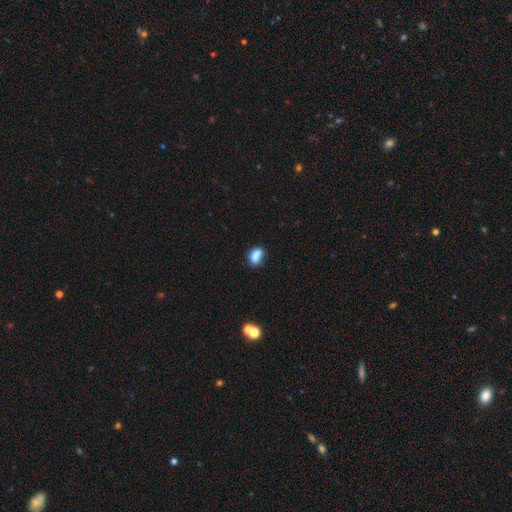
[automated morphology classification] smooth-or-featured: smooth: 82% | star or artifact: 10% | featured or disk: 8%
  how-rounded: in between: 81% | round: 15% | cigar-shaped: 4%
  merging: none: 57% | minor disturbance: 26% | merger: 9% | major disturbance: 7%